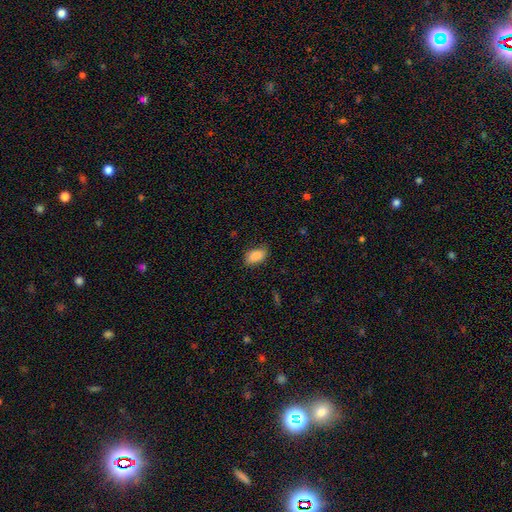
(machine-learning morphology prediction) Smooth or featured?
  - smooth: 87% *
  - star or artifact: 7%
  - featured or disk: 6%
How rounded?
  - in between: 92% *
  - round: 6%
  - cigar-shaped: 2%
Merging?
  - none: 81% *
  - minor disturbance: 15%
  - major disturbance: 3%
  - merger: 1%